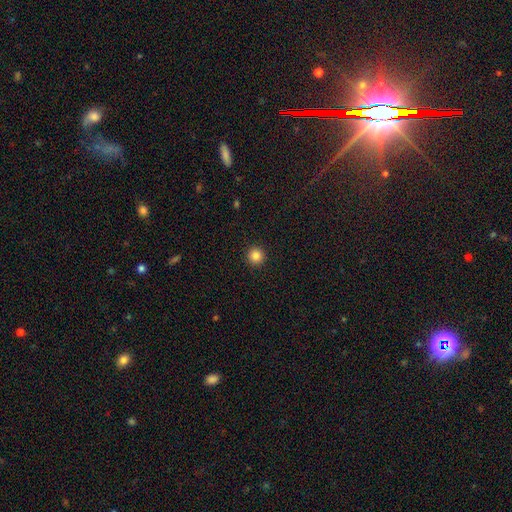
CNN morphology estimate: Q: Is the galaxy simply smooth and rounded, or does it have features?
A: smooth — 85%.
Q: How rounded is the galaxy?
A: round — 96%.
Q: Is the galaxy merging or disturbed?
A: none — 93%.